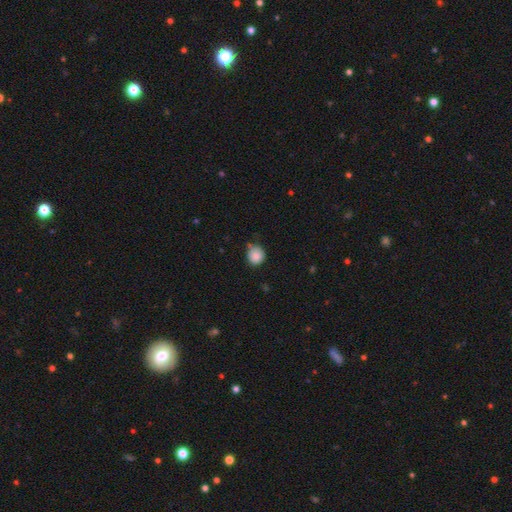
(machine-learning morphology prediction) type=smooth (87%); roundness=round (87%); merging=none (67%).